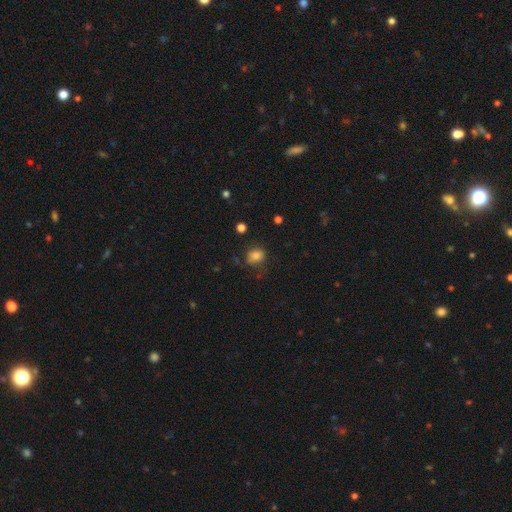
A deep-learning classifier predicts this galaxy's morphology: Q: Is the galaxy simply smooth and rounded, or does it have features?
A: smooth — 78%.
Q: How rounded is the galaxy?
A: round — 55%.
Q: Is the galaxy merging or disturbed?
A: none — 66%.